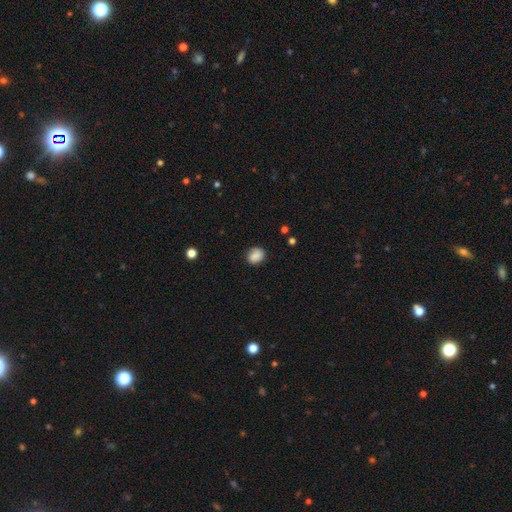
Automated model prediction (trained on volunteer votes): Overall: smooth (85%). How rounded: round (62%; in between 37%). Merging: none (80%).